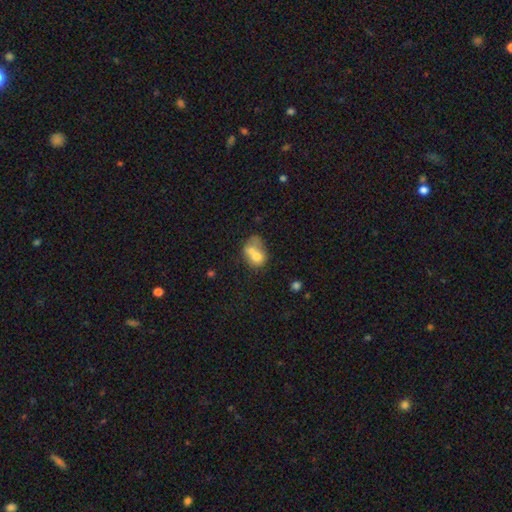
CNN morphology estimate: smooth 65%, featured or disk 25%, star or artifact 10%. Down the decision tree: how rounded — in between (54%); merging — merger (62%).